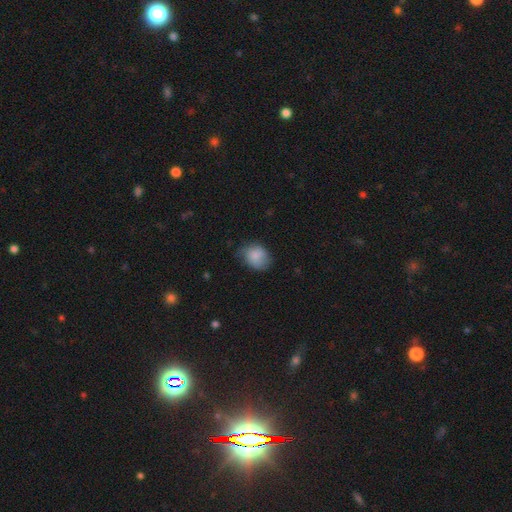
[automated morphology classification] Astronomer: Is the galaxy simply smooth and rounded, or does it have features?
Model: smooth — 77%.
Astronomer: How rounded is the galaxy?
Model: round — 52% (runner-up: in between, 47%).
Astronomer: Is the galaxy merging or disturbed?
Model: none — 55% (runner-up: minor disturbance, 33%).